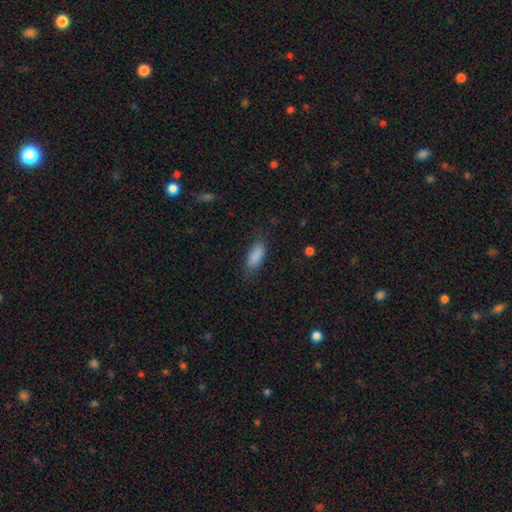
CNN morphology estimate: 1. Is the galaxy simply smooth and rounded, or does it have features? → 88% smooth, 7% star or artifact, 5% featured or disk.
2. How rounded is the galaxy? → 83% in between, 15% cigar-shaped, 2% round.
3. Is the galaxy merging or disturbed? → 77% none, 17% minor disturbance, 5% major disturbance, 1% merger.